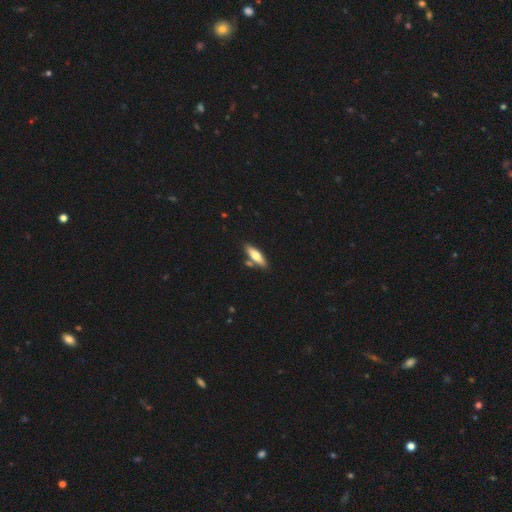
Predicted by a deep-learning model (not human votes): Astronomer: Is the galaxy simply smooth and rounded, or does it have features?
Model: smooth — 62%.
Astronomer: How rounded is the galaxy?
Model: cigar-shaped — 56% (runner-up: in between, 42%).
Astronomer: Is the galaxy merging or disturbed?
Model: none — 78%.